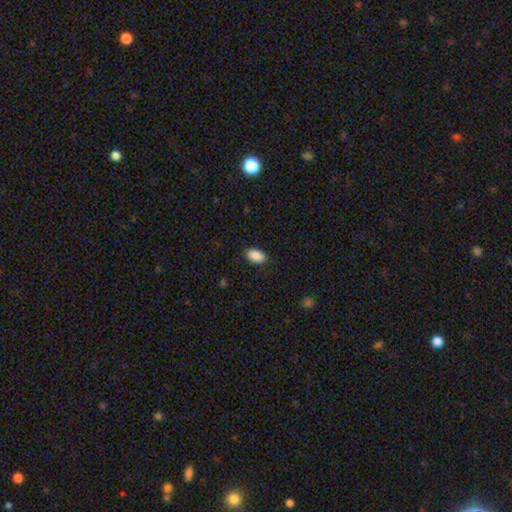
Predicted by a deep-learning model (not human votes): Q: Smooth or featured?
A: smooth (90%); runner-up: star or artifact (7%)
Q: How rounded?
A: in between (93%); runner-up: round (5%)
Q: Merging?
A: none (86%); runner-up: minor disturbance (10%)